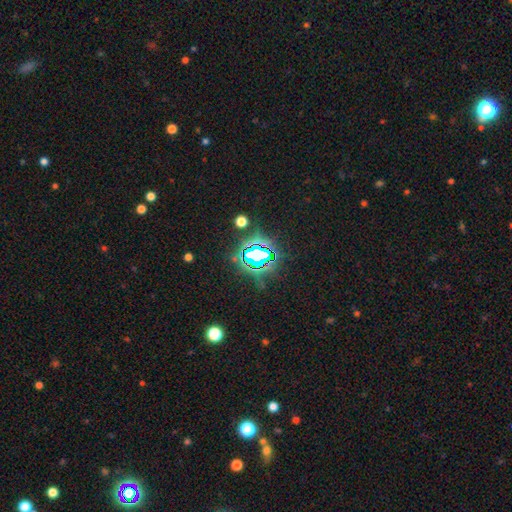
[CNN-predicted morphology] Overall: star or artifact (75%).